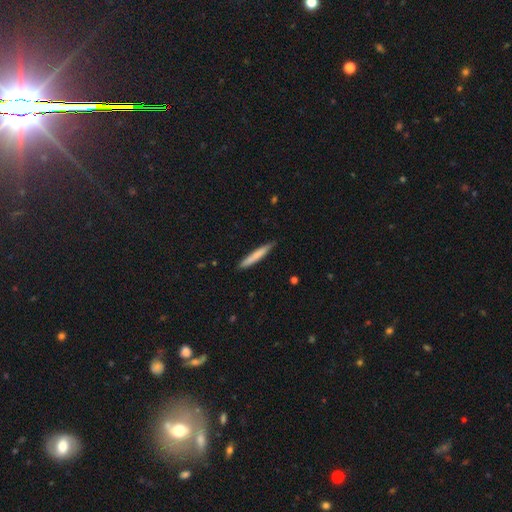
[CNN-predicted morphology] Smooth or featured?
  - smooth: 75% *
  - featured or disk: 20%
  - star or artifact: 5%
How rounded?
  - cigar-shaped: 95% *
  - in between: 4%
  - round: 1%
Merging?
  - none: 85% *
  - minor disturbance: 12%
  - major disturbance: 2%
  - merger: 1%